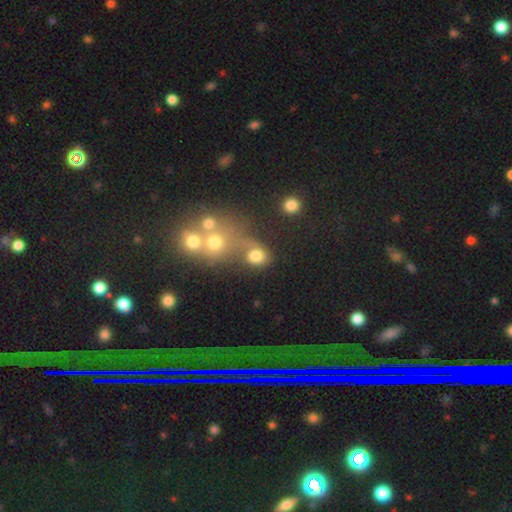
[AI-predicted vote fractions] A smooth galaxy with no disk features (74%) that is round (63%).

Vote fractions:
- Smooth or featured? smooth: 74% / star or artifact: 14% / featured or disk: 12%
- How rounded? round: 63% / in between: 36% / cigar-shaped: 2%
- Merging? none: 39% / merger: 38% / minor disturbance: 12% / major disturbance: 11%